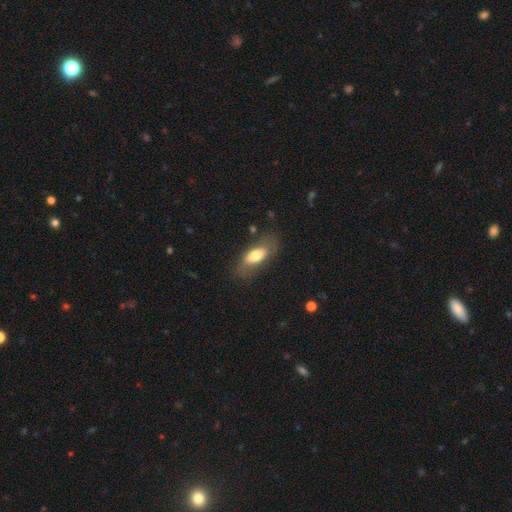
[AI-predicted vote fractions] smooth 66%, featured or disk 27%, star or artifact 7%. Down the decision tree: how rounded — in between (77%); merging — none (69%).